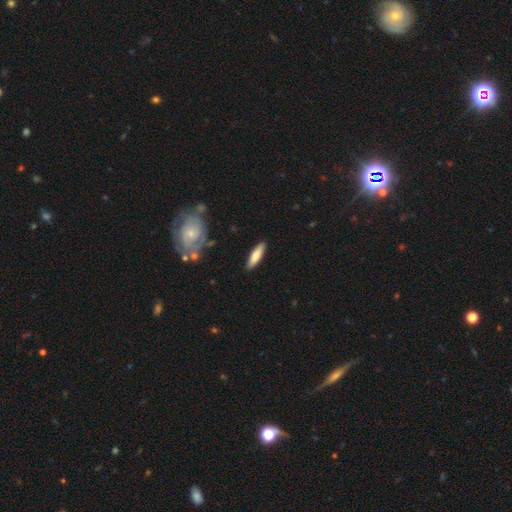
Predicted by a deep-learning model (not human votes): smooth 75%, featured or disk 19%, star or artifact 6%. Down the decision tree: how rounded — cigar-shaped (64%); merging — none (88%).